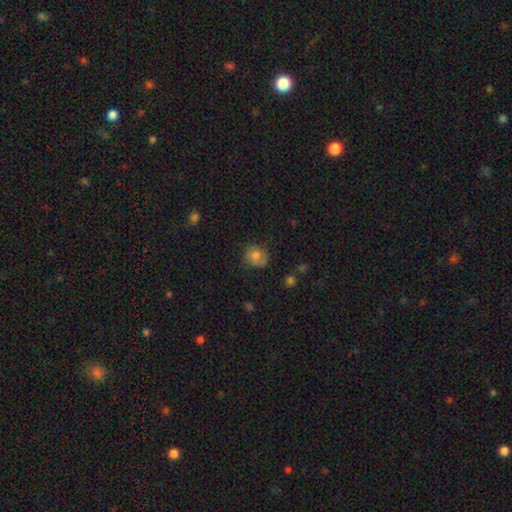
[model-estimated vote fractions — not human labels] The model was most divided on "merging": none: 67%, minor disturbance: 24%, major disturbance: 7%, merger: 2%. More confident: smooth or featured — smooth (76%); how rounded — round (75%).